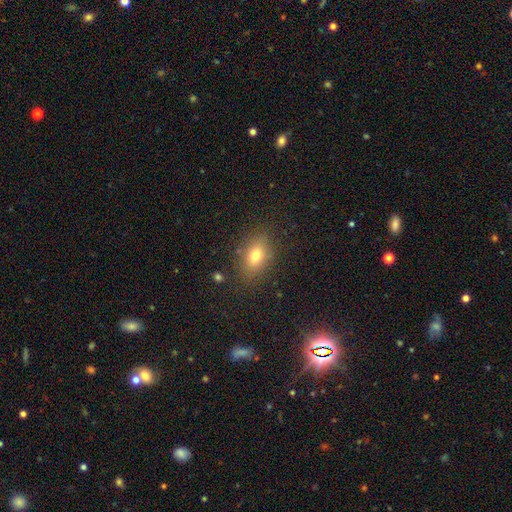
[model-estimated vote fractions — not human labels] Q: Smooth or featured?
A: smooth (75%); runner-up: featured or disk (13%)
Q: How rounded?
A: in between (80%); runner-up: round (17%)
Q: Merging?
A: none (83%); runner-up: minor disturbance (12%)